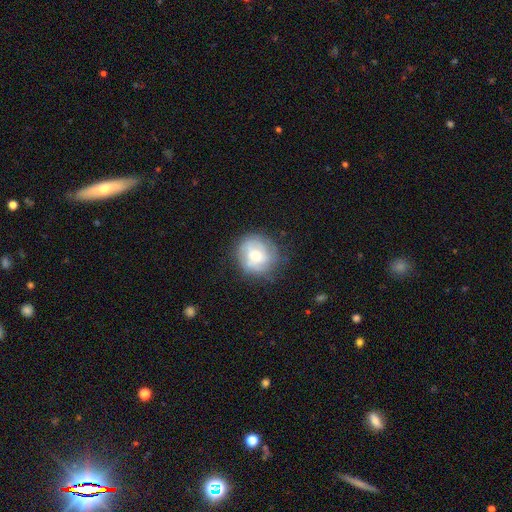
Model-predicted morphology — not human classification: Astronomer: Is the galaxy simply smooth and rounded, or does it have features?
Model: smooth — 48% (runner-up: featured or disk, 44%).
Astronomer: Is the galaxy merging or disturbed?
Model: none — 69%.